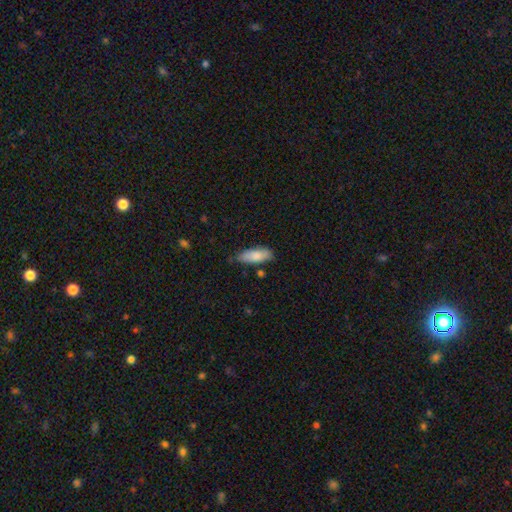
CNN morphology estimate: smooth 84%, featured or disk 11%, star or artifact 6%. Down the decision tree: how rounded — in between (71%); merging — none (72%).